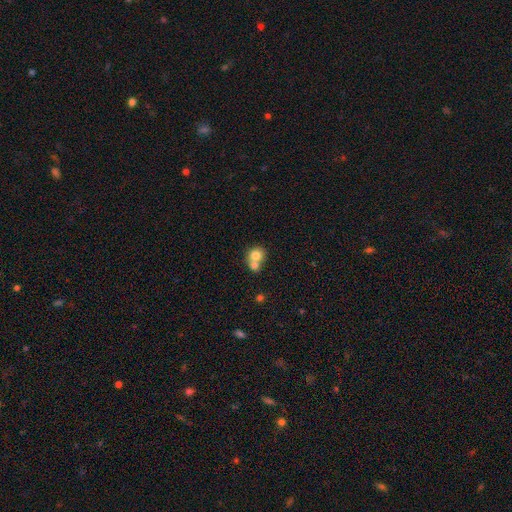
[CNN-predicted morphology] A smooth galaxy with no disk features (75%) that is round (80%). Merging: merger (60%).